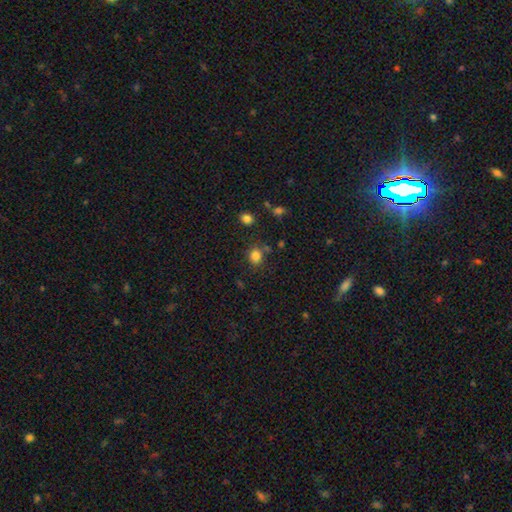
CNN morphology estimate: smooth-or-featured: smooth: 83% | star or artifact: 13% | featured or disk: 5%
  how-rounded: round: 67% | in between: 32% | cigar-shaped: 1%
  merging: none: 76% | minor disturbance: 13% | merger: 7% | major disturbance: 5%